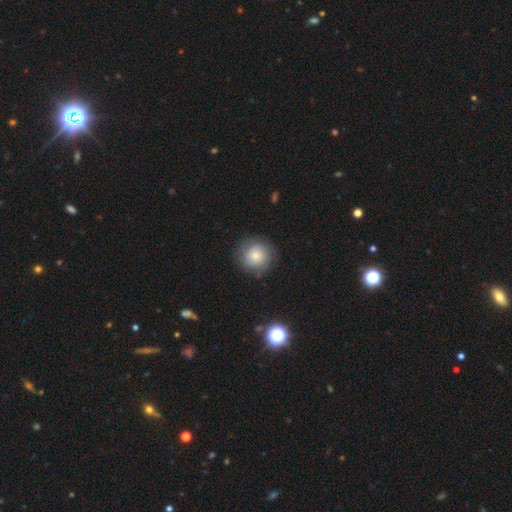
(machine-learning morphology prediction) smooth-or-featured: smooth: 68% | featured or disk: 24% | star or artifact: 8%
  how-rounded: round: 93% | in between: 6% | cigar-shaped: 1%
  merging: none: 82% | minor disturbance: 12% | major disturbance: 4% | merger: 1%